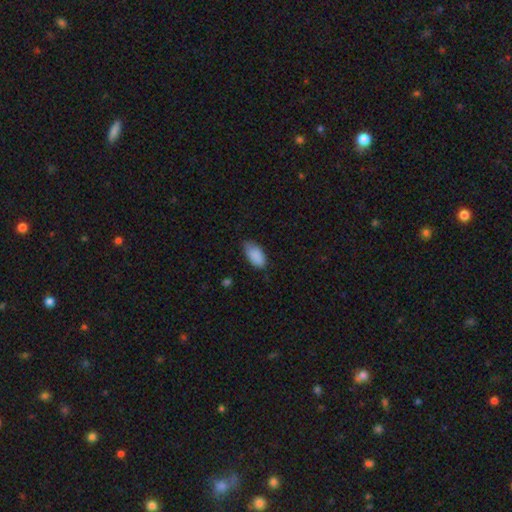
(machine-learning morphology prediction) smooth 88%, star or artifact 7%, featured or disk 5%. Down the decision tree: how rounded — in between (94%); merging — none (61%).